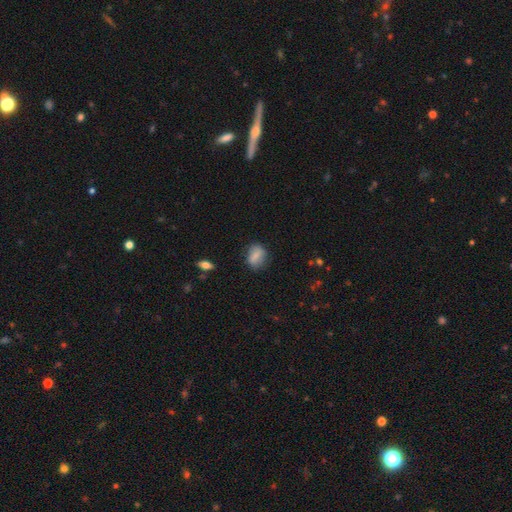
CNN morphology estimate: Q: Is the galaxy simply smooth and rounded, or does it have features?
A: smooth — 75%.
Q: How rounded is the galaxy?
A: in between — 67%.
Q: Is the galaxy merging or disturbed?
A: none — 74%.